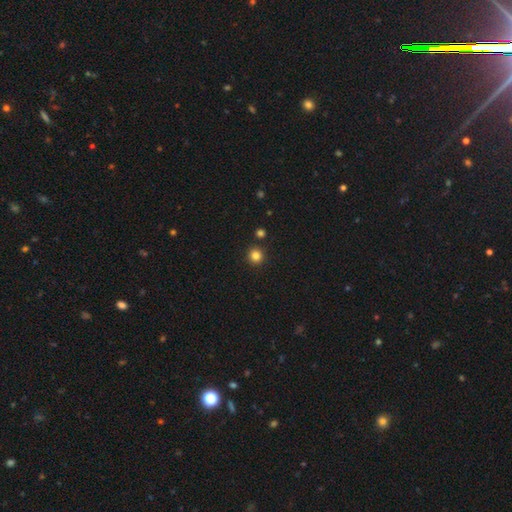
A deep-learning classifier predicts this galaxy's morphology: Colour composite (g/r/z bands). It shows a smooth galaxy with no disk features (83%) that is round (95%). Merging: none (89%).